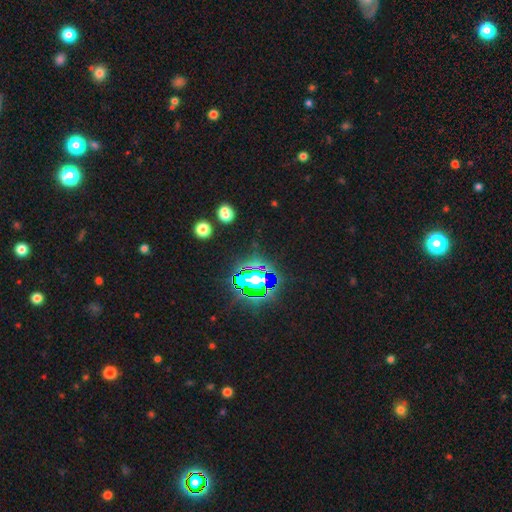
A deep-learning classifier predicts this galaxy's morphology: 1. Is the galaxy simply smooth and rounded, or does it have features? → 79% star or artifact, 12% smooth, 8% featured or disk.